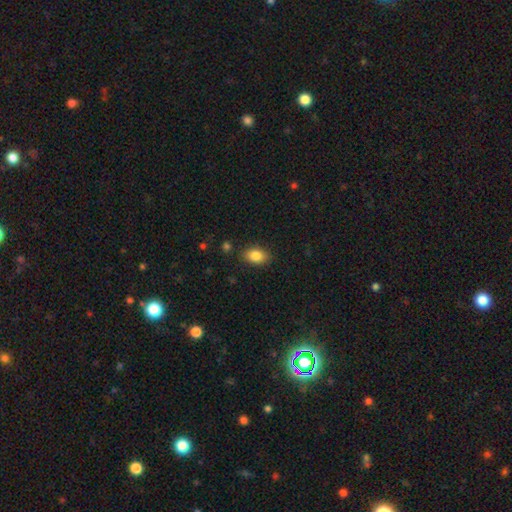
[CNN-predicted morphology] A smooth galaxy with no disk features (85%) that is in between round and cigar-shaped (85%). Merging: none (86%).